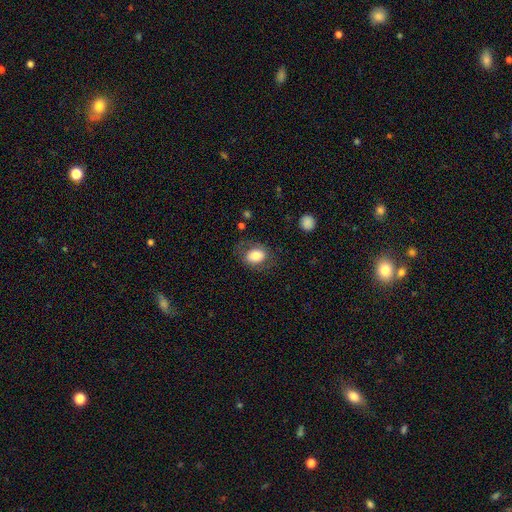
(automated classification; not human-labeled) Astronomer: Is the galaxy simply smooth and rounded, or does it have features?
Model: smooth — 75%.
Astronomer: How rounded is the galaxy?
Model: in between — 64%.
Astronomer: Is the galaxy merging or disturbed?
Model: none — 71%.